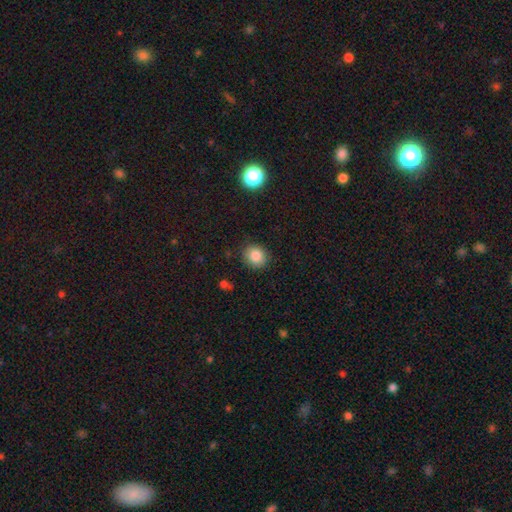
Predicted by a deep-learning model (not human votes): smooth-or-featured: smooth: 84% | star or artifact: 10% | featured or disk: 6%
  how-rounded: round: 75% | in between: 24% | cigar-shaped: 1%
  merging: none: 88% | minor disturbance: 9% | major disturbance: 2% | merger: 1%